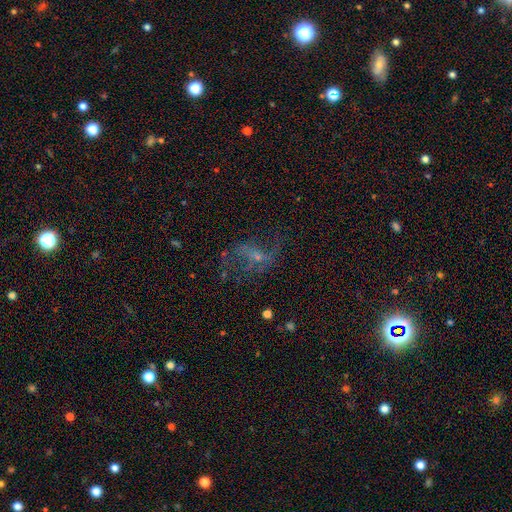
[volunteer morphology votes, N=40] A featured or disk galaxy (62%) with no bar (76%), no spiral arms (64%) and a small central bulge (60%).

Vote fractions:
- Smooth or featured? featured or disk: 62% / smooth: 28% / star or artifact: 10%
- Edge-on disk? no: 100% / yes: 0%
- Bar? no: 76% / weak: 20% / strong: 4%
- Spiral arms? no: 64% / yes: 36%
- Bulge size? small: 60% / none: 24% / moderate: 16% / dominant: 0% / large: 0%
- Merging? major disturbance: 50% / none: 28% / minor disturbance: 17% / merger: 6%